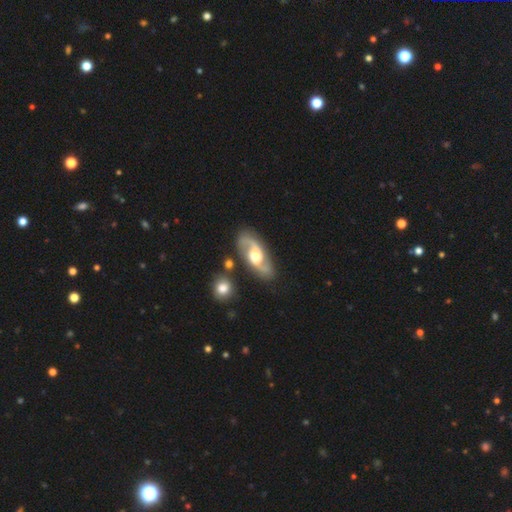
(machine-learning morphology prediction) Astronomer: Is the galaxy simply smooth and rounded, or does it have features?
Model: featured or disk — 84%.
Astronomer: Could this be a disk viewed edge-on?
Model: no — 94%.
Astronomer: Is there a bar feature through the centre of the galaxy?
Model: no — 49% (runner-up: weak, 38%).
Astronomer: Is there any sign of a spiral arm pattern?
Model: yes — 95%.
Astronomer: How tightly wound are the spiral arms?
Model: medium — 47% (runner-up: loose, 42%).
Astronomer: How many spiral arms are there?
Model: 2 — 92%.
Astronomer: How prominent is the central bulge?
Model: moderate — 66%.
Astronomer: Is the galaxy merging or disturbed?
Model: none — 79%.